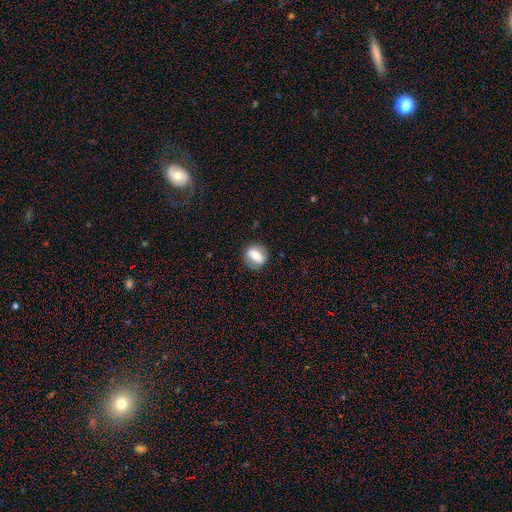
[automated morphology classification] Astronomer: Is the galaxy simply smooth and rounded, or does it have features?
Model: smooth — 58% (runner-up: featured or disk, 35%).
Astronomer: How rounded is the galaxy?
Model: round — 47%, tied with in between at 47%.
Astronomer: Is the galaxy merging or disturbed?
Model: none — 85%.